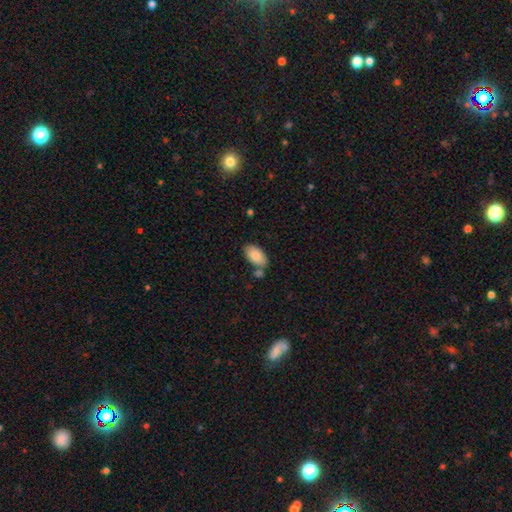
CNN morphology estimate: Smooth or featured: smooth — 86% (featured or disk — 8%)
How rounded: in between — 95% (round — 3%)
Merging: none — 67% (minor disturbance — 15%)